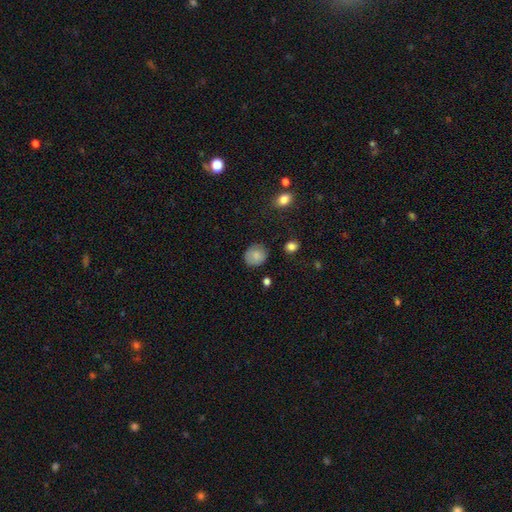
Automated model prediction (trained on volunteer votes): Smooth or featured: smooth — 84% (star or artifact — 8%)
How rounded: round — 79% (in between — 20%)
Merging: none — 81% (minor disturbance — 14%)